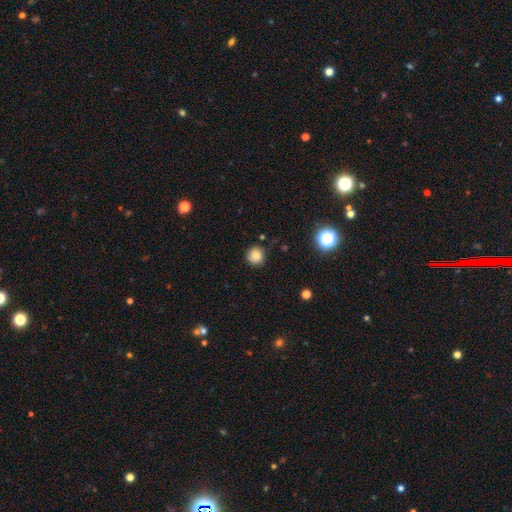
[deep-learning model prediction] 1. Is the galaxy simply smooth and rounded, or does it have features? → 81% smooth, 12% star or artifact, 6% featured or disk.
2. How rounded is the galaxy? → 91% round, 8% in between, 1% cigar-shaped.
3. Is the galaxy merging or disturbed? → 80% none, 15% minor disturbance, 3% major disturbance, 2% merger.